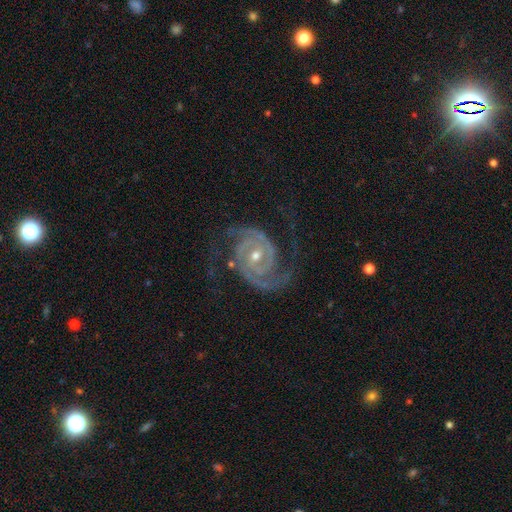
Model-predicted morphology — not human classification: smooth-or-featured: featured or disk: 93% | star or artifact: 4% | smooth: 3%
  disk-edge-on: no: 98% | yes: 2%
    bar: no: 51% | weak: 35% | strong: 14%
    has-spiral-arms: yes: 99% | no: 1%
      spiral-winding: tight: 49% | medium: 42% | loose: 9%
      spiral-arm-count: 2: 83% | 3: 8% | can't tell: 3% | 4: 2% | 1: 2% | more than 4: 2%
    bulge-size: moderate: 52% | small: 45% | large: 1% | none: 1% | dominant: 1%
  merging: none: 72% | minor disturbance: 16% | major disturbance: 10% | merger: 2%